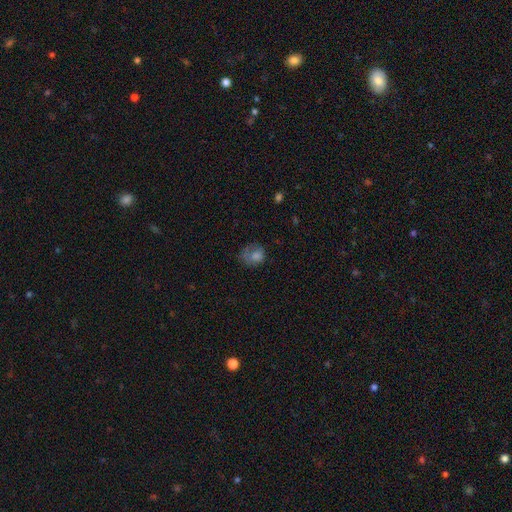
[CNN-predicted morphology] This is likely a smooth galaxy (62%). How rounded: likely round (63%). Merging: possibly none (45%).